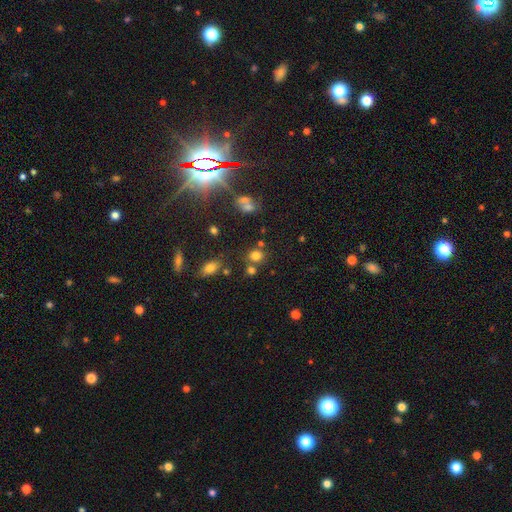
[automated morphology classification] Smooth or featured? smooth (74%)
How rounded? round (77%)
Merging? none (66%)